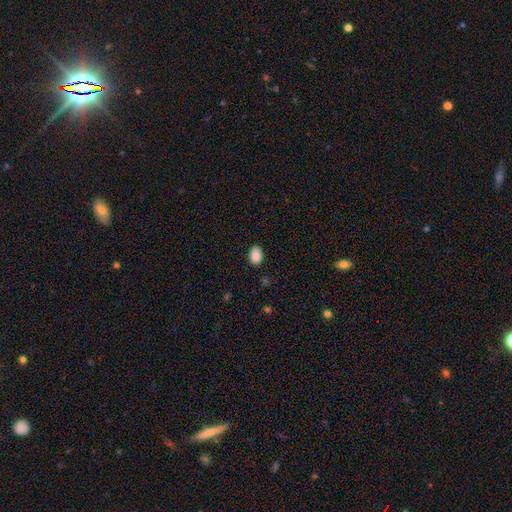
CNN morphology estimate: This appears to be a smooth galaxy with no disk features (89%) that is in between round and cigar-shaped (81%). Merging: none (85%).